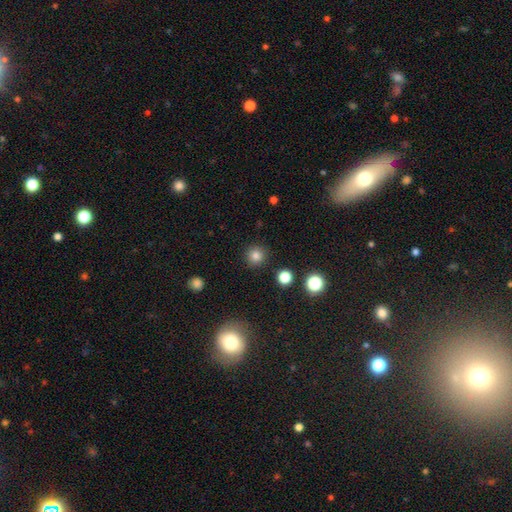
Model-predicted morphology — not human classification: type=smooth (83%); roundness=round (95%); merging=none (91%).